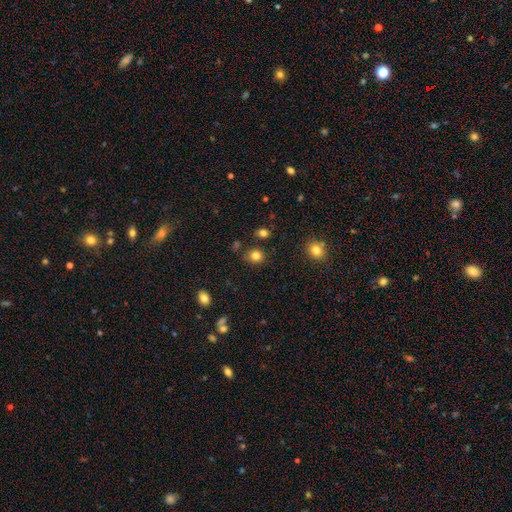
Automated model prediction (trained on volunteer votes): Overall: smooth (83%). How rounded: round (79%). Merging: none (82%).